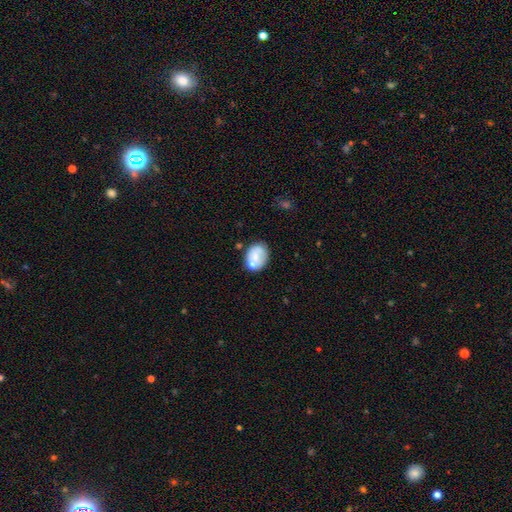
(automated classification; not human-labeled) smooth_or_featured: smooth (p=0.64) [alt: featured or disk p=0.28]
how_rounded: in between (p=0.60) [alt: round p=0.39]
merging: none (p=0.56) [alt: minor disturbance p=0.20]